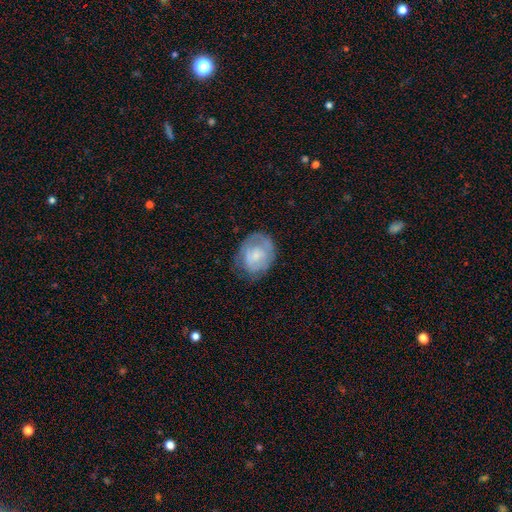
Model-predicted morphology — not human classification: smooth 48%, featured or disk 45%, star or artifact 7%. Down the decision tree: merging — none (57%).